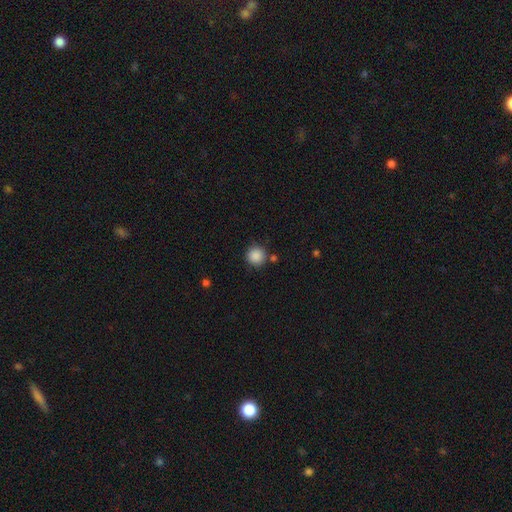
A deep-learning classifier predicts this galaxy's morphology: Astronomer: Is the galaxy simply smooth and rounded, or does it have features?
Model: smooth — 88%.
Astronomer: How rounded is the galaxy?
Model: round — 94%.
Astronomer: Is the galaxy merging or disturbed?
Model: none — 82%.